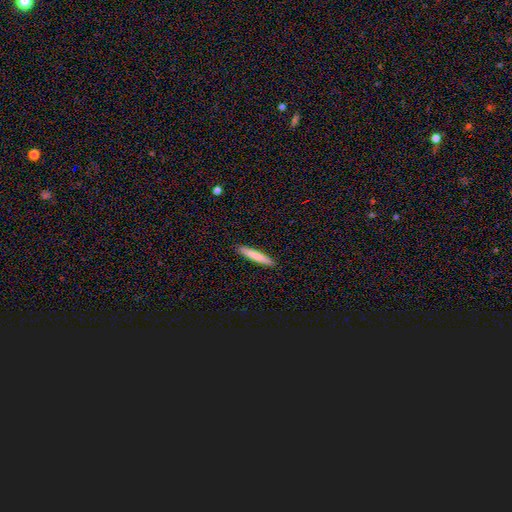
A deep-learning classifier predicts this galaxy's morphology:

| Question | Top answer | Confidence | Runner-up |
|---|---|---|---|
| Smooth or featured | smooth | 80% | featured or disk (14%) |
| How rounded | cigar-shaped | 94% | in between (5%) |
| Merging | none | 92% | minor disturbance (6%) |